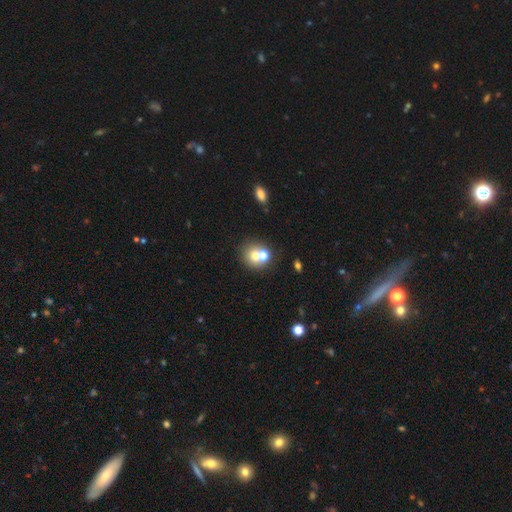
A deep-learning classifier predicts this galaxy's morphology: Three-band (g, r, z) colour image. It shows a smooth galaxy with no disk features (67%) that is round (81%). Merging: none (46%).